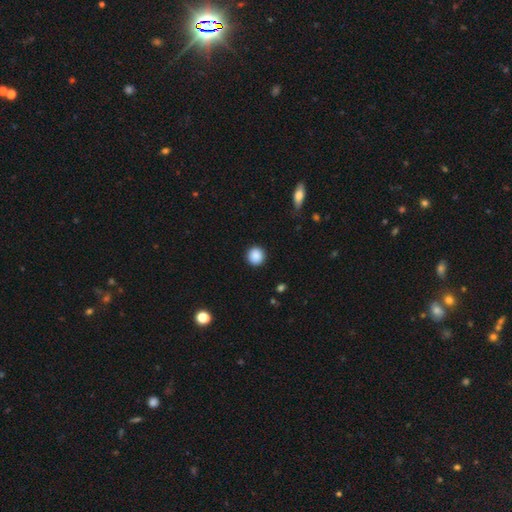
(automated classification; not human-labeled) The model was most divided on "smooth or featured": smooth: 88%, star or artifact: 9%, featured or disk: 3%. More confident: how rounded — round (94%); merging — none (92%).